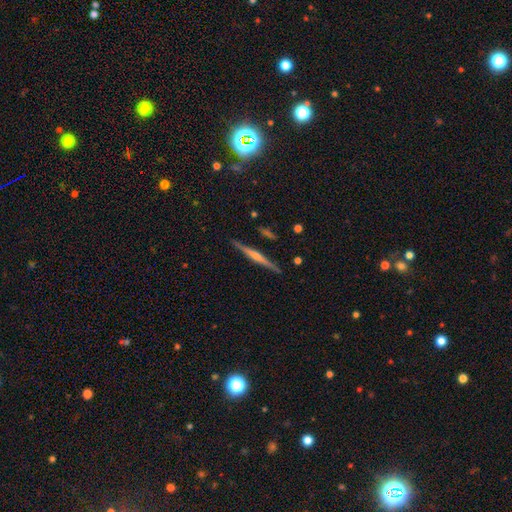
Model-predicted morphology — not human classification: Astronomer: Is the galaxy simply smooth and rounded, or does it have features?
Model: featured or disk — 75%.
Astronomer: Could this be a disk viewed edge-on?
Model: yes — 98%.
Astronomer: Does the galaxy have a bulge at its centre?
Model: rounded — 68%.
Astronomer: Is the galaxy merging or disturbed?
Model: none — 90%.